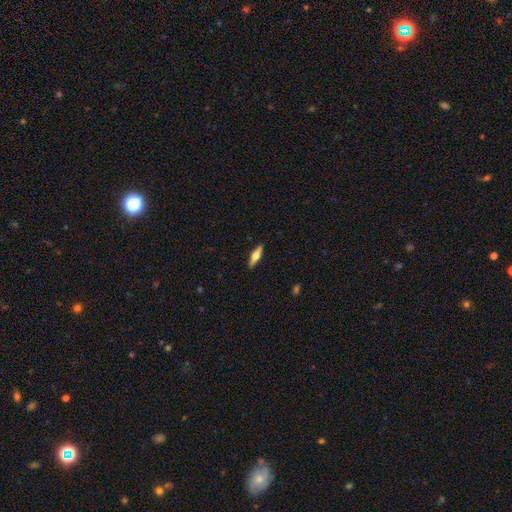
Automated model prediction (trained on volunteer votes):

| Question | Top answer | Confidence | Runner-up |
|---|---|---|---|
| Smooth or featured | featured or disk | 49% | smooth (45%) |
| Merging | none | 90% | minor disturbance (7%) |